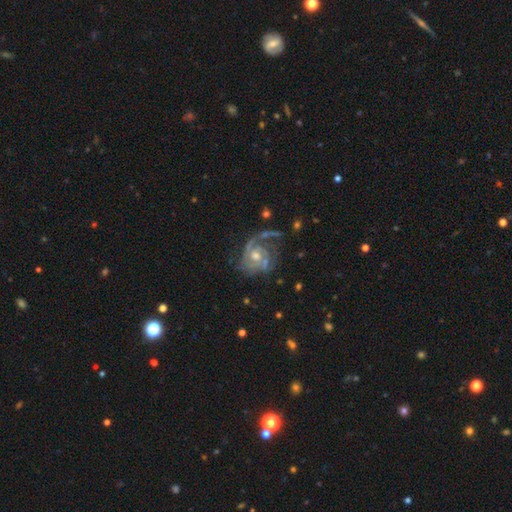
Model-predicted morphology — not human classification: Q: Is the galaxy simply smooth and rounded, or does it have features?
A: featured or disk — 85%.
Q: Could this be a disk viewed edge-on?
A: no — 98%.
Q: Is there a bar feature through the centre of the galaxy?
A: no — 68%.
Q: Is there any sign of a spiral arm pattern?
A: yes — 93%.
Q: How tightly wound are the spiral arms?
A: medium — 41%, tied with tight.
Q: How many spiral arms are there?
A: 2 — 39%.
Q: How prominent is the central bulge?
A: moderate — 66%.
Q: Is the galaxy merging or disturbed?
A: none — 49%.